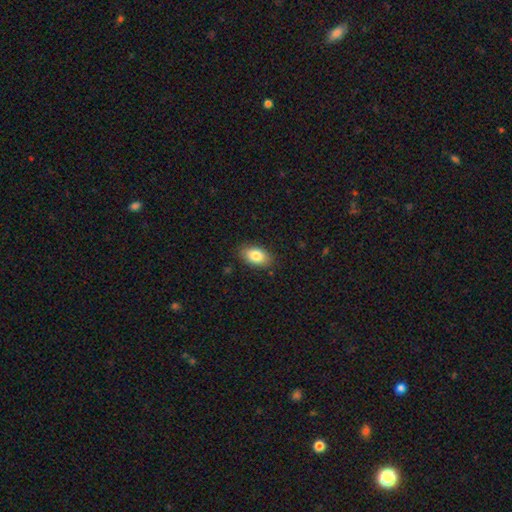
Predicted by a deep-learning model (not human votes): smooth-or-featured: smooth: 83% | featured or disk: 9% | star or artifact: 7%
  how-rounded: in between: 91% | round: 7% | cigar-shaped: 2%
  merging: none: 86% | minor disturbance: 10% | major disturbance: 2% | merger: 1%